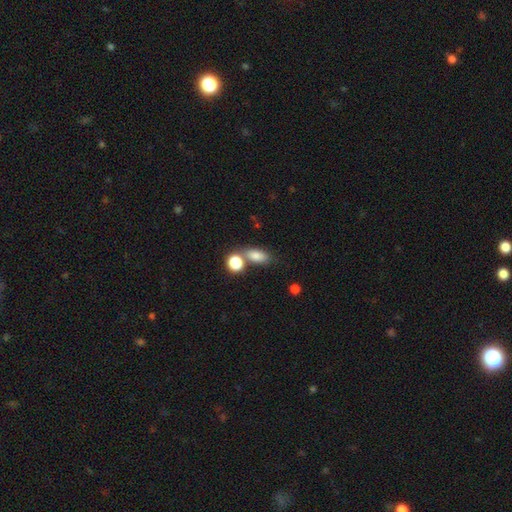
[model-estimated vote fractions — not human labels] Smooth or featured?
  - smooth: 80% *
  - star or artifact: 11%
  - featured or disk: 9%
How rounded?
  - in between: 78% *
  - round: 14%
  - cigar-shaped: 8%
Merging?
  - none: 57% *
  - merger: 25%
  - minor disturbance: 13%
  - major disturbance: 5%